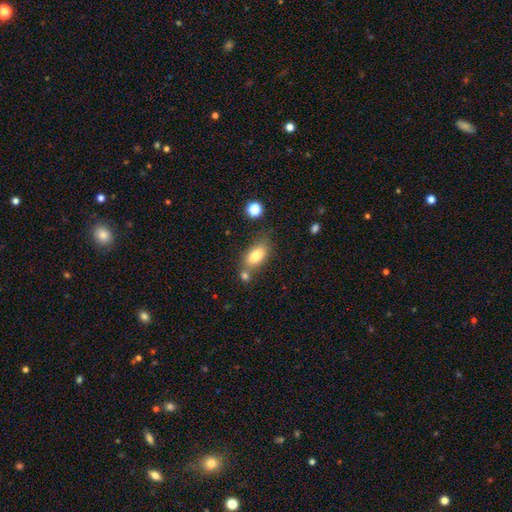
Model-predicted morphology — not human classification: The model was most divided on "merging": none: 58%, merger: 21%, minor disturbance: 16%, major disturbance: 5%. More confident: how rounded — in between (88%); smooth or featured — smooth (80%).